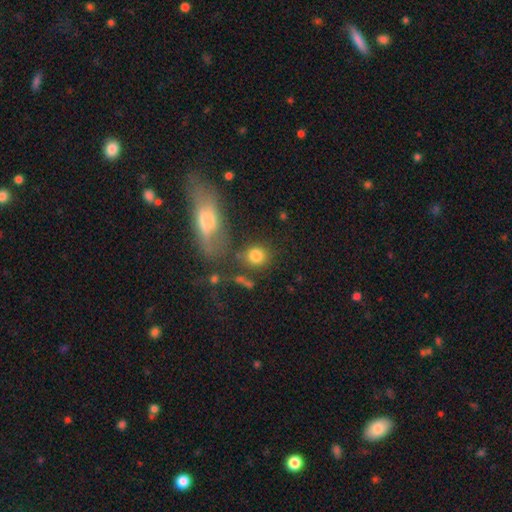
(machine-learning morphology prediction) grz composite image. It shows a smooth galaxy with no disk features (80%) that is round (70%). Merging: none (64%).